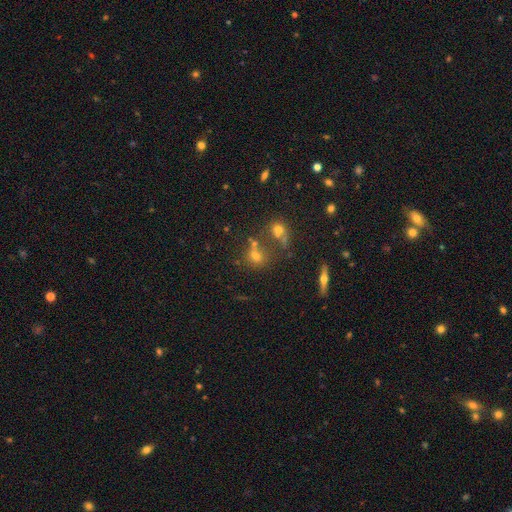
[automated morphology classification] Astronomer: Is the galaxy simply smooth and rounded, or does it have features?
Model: smooth — 53% (runner-up: star or artifact, 28%).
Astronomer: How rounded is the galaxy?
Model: round — 66%.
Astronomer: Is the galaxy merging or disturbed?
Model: none — 51% (runner-up: merger, 30%).